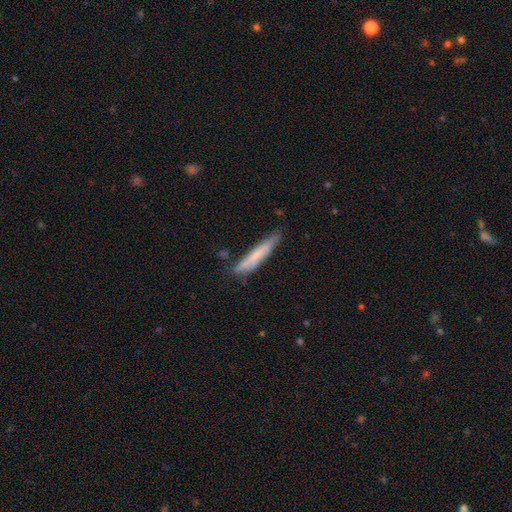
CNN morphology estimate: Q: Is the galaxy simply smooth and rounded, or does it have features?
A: smooth — 61%.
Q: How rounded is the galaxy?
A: cigar-shaped — 94%.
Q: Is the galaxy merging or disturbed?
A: none — 71%.